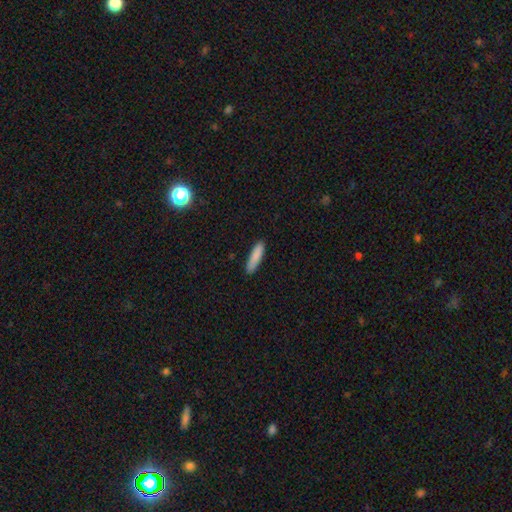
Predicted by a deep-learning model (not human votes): Overall: smooth (87%). How rounded: cigar-shaped (74%). Merging: none (88%).